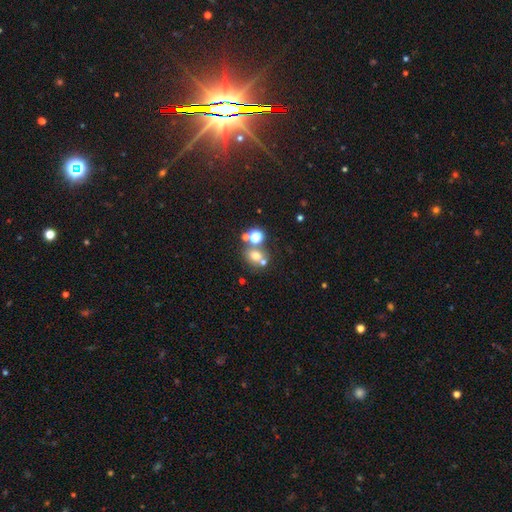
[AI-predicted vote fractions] Smooth or featured: smooth — 63% (star or artifact — 22%)
How rounded: round — 67% (in between — 32%)
Merging: none — 54% (merger — 31%)